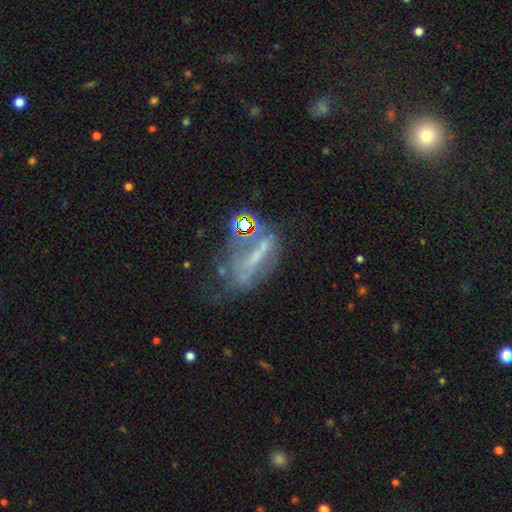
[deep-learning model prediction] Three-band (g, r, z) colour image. It shows a featured or disk galaxy (57%). Merging: major disturbance (35%).